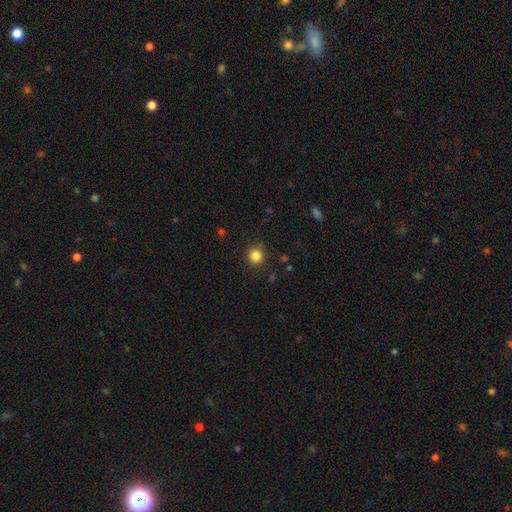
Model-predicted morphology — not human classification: smooth_or_featured: smooth (p=0.84) [alt: star or artifact p=0.12]
how_rounded: round (p=0.92) [alt: in between p=0.07]
merging: none (p=0.88) [alt: minor disturbance p=0.08]